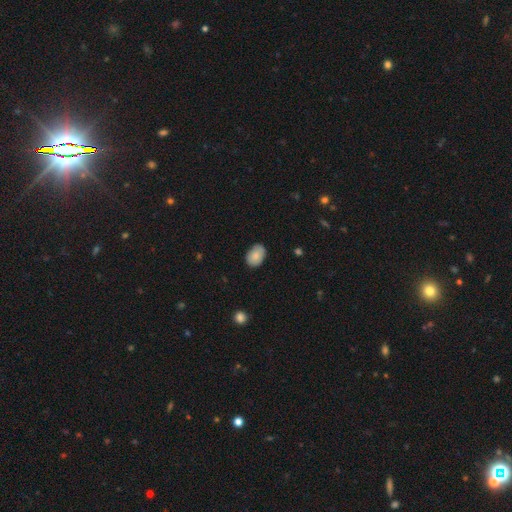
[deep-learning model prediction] Q: Smooth or featured?
A: smooth (86%); runner-up: featured or disk (7%)
Q: How rounded?
A: in between (84%); runner-up: round (15%)
Q: Merging?
A: none (81%); runner-up: minor disturbance (15%)